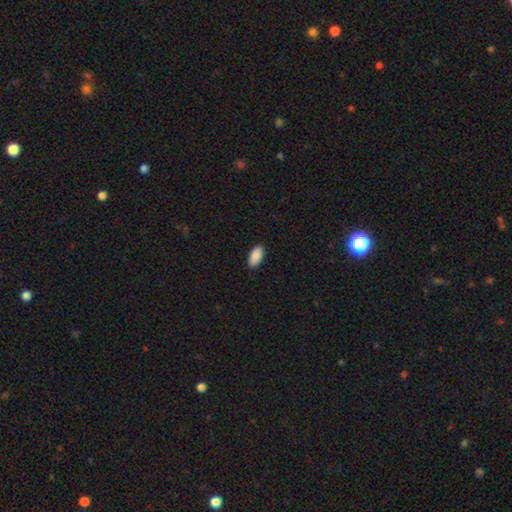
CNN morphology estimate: A smooth galaxy with no disk features (91%) that is in between round and cigar-shaped (93%). Merging: none (90%).